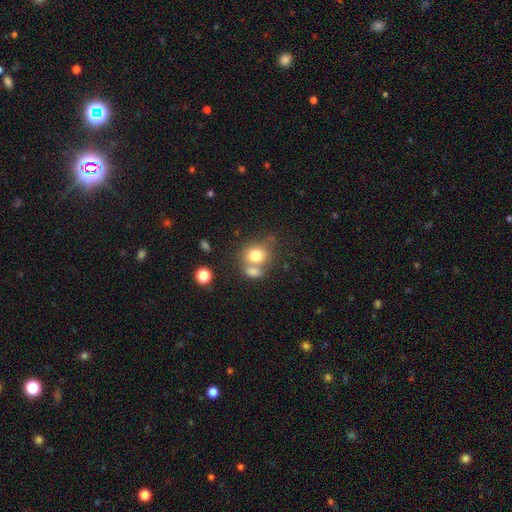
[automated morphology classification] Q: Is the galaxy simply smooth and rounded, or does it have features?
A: smooth — 77%.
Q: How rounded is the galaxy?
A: round — 69%.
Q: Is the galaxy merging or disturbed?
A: none — 43%.